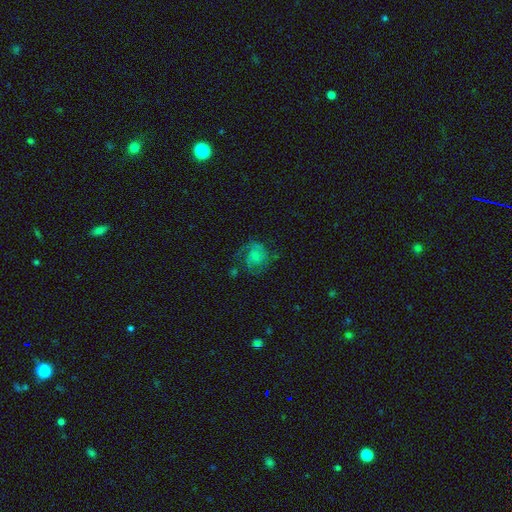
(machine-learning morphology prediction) Smooth or featured?
  - featured or disk: 59% *
  - smooth: 31%
  - star or artifact: 10%
Edge-on disk?
  - no: 98% *
  - yes: 2%
Bar?
  - no: 73% *
  - weak: 23%
  - strong: 3%
Spiral arms?
  - yes: 86% *
  - no: 14%
Bulge size?
  - small: 42% *
  - none: 27%
  - moderate: 22%
  - large: 7%
  - dominant: 2%
Merging?
  - none: 52% *
  - major disturbance: 23%
  - minor disturbance: 22%
  - merger: 3%